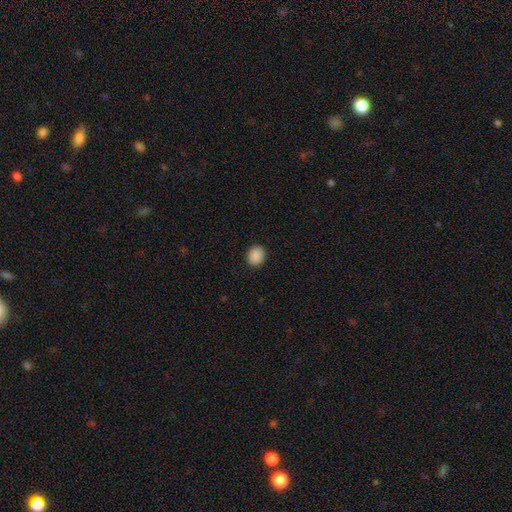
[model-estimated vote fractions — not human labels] Smooth or featured: smooth — 89% (star or artifact — 8%)
How rounded: round — 64% (in between — 36%)
Merging: none — 90% (minor disturbance — 7%)